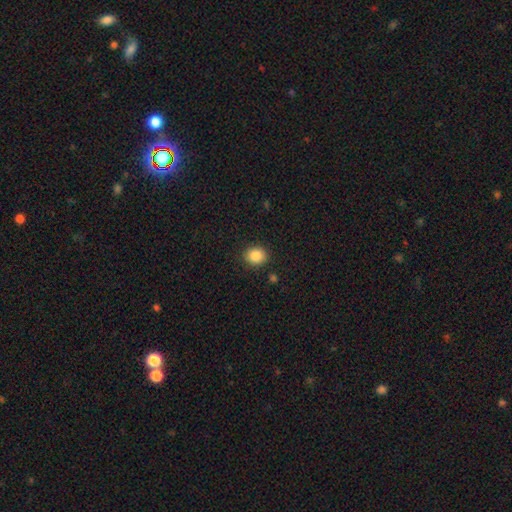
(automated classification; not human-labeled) smooth 87%, star or artifact 9%, featured or disk 4%. Down the decision tree: how rounded — round (74%); merging — none (88%).